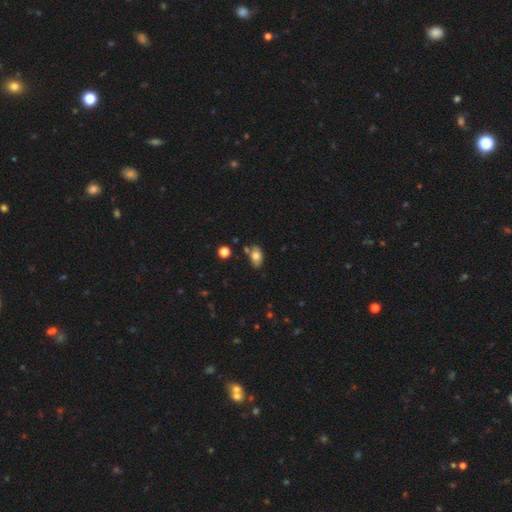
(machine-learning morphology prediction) Smooth or featured? smooth (75%)
How rounded? in between (88%)
Merging? none (63%)